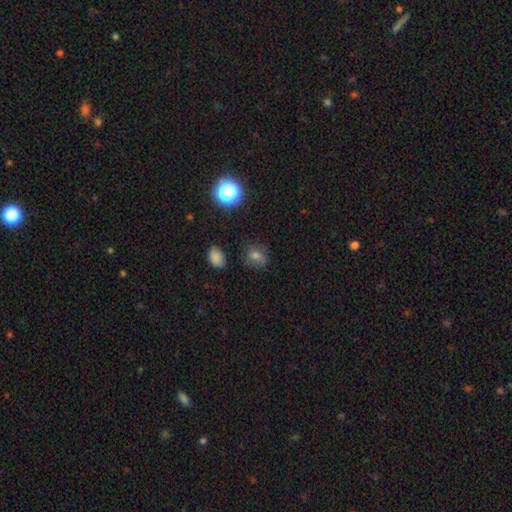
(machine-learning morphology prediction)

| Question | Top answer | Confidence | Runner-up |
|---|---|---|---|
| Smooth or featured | smooth | 67% | star or artifact (23%) |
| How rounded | round | 65% | in between (33%) |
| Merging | none | 78% | minor disturbance (15%) |